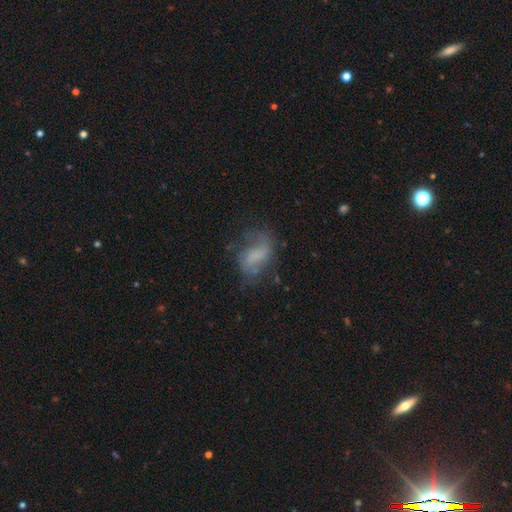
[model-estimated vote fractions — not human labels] A featured or disk galaxy (57%) with no bar (45%), spiral arms (72%) and no central bulge (59%).

Vote fractions:
- Smooth or featured? featured or disk: 57% / smooth: 32% / star or artifact: 11%
- Edge-on disk? no: 96% / yes: 4%
- Bar? no: 45% / weak: 38% / strong: 17%
- Spiral arms? yes: 72% / no: 28%
- Bulge size? none: 59% / small: 16% / moderate: 14% / large: 9% / dominant: 2%
- Merging? none: 44% / major disturbance: 28% / minor disturbance: 24% / merger: 4%